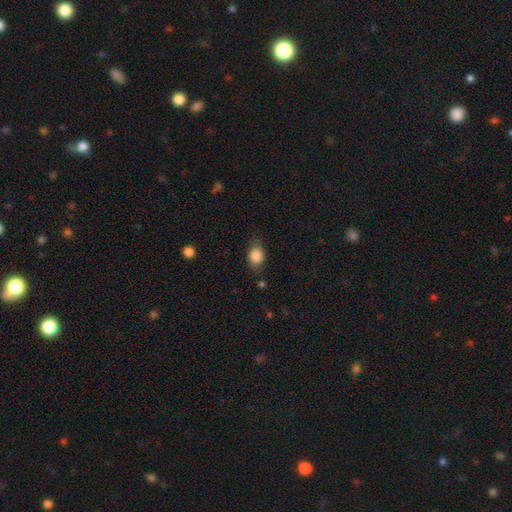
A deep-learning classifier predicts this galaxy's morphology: smooth-or-featured: smooth: 86% | star or artifact: 8% | featured or disk: 6%
  how-rounded: in between: 65% | round: 34% | cigar-shaped: 2%
  merging: none: 73% | minor disturbance: 20% | major disturbance: 6% | merger: 2%